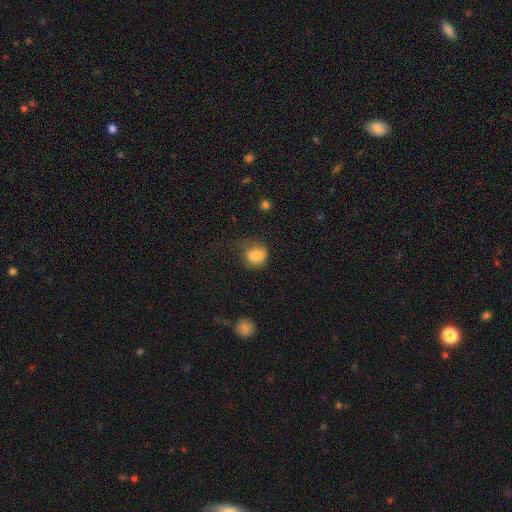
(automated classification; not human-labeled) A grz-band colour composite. It shows a smooth galaxy with no disk features (82%) that is round (53%). Merging: none (44%).